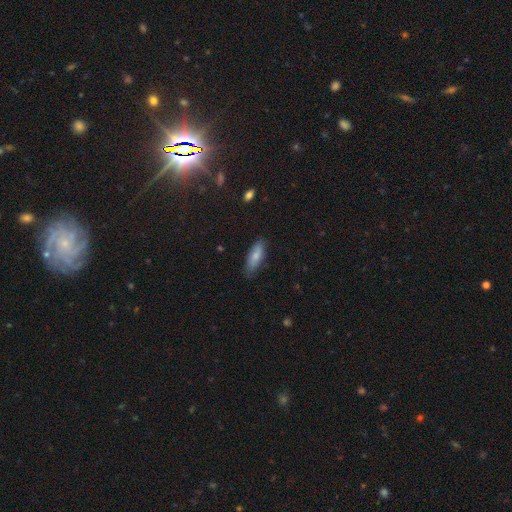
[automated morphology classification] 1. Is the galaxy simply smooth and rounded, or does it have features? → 77% smooth, 17% featured or disk, 6% star or artifact.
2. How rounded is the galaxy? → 59% in between, 39% cigar-shaped, 2% round.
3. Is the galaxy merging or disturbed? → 77% none, 19% minor disturbance, 3% major disturbance, 1% merger.